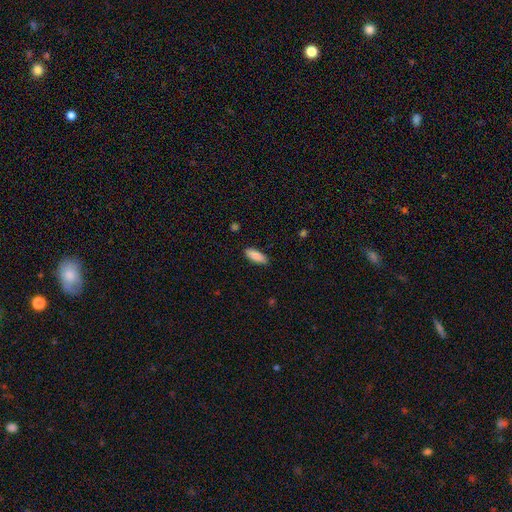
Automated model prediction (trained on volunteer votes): Morphology: type=smooth (89%); roundness=in between (65%); merging=none (88%).